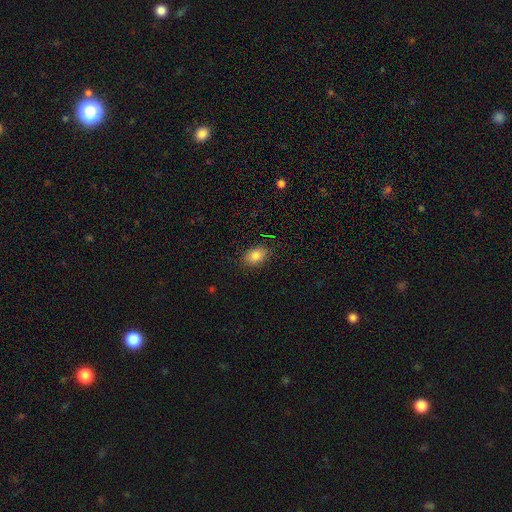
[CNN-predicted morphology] A smooth galaxy with no disk features (84%) that is in between round and cigar-shaped (80%).

Vote fractions:
- Smooth or featured? smooth: 84% / star or artifact: 10% / featured or disk: 6%
- How rounded? in between: 80% / round: 18% / cigar-shaped: 1%
- Merging? none: 85% / minor disturbance: 12% / major disturbance: 3% / merger: 1%